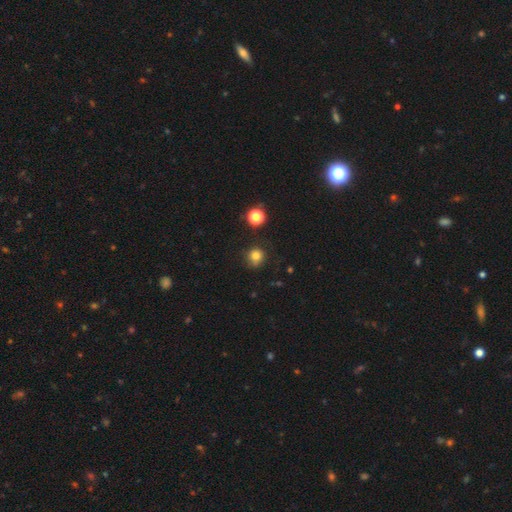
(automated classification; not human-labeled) Overall: smooth (79%). How rounded: round (86%). Merging: none (73%).